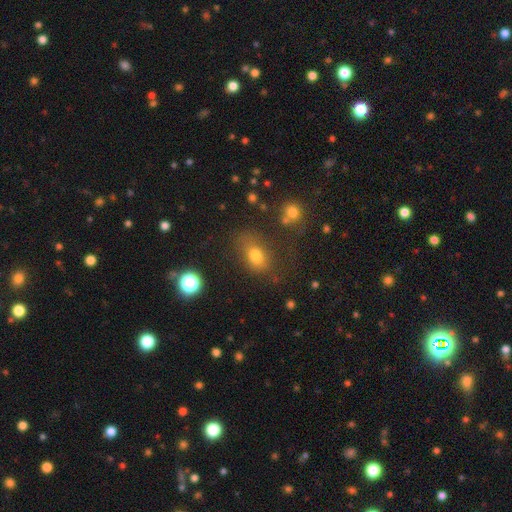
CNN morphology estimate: type=smooth (73%); roundness=in between (75%); merging=none (64%).